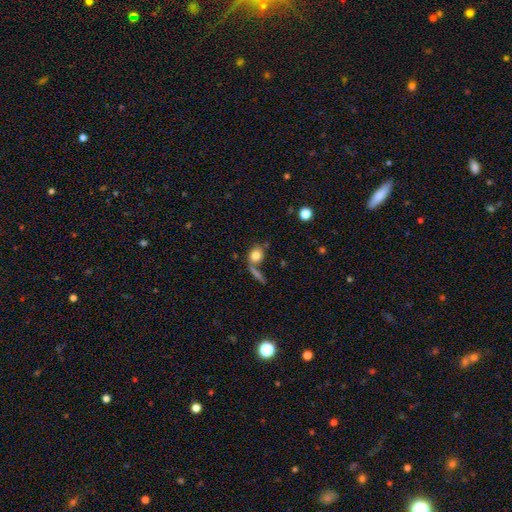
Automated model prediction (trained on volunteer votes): Q: Smooth or featured?
A: smooth (80%); runner-up: featured or disk (11%)
Q: How rounded?
A: round (58%); runner-up: in between (38%)
Q: Merging?
A: none (54%); runner-up: merger (24%)